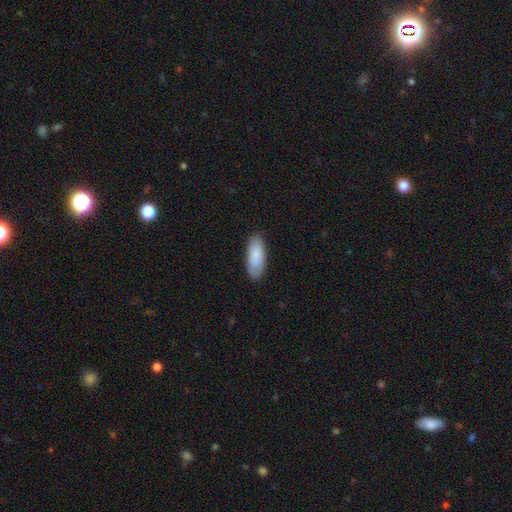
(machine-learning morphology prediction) Q: Smooth or featured?
A: smooth (86%); runner-up: featured or disk (9%)
Q: How rounded?
A: in between (80%); runner-up: cigar-shaped (19%)
Q: Merging?
A: none (85%); runner-up: minor disturbance (12%)